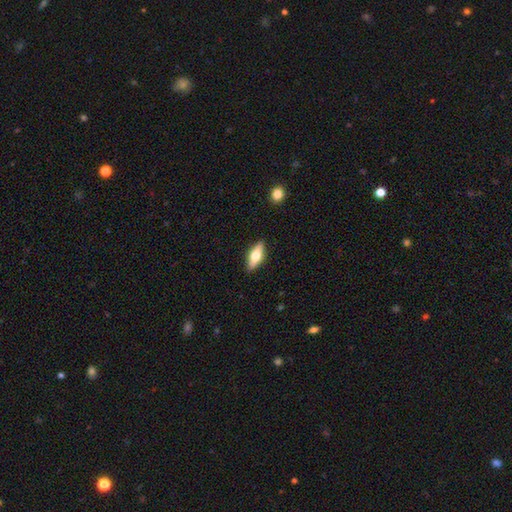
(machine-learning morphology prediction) Q: Smooth or featured?
A: smooth (53%); runner-up: featured or disk (41%)
Q: How rounded?
A: in between (65%); runner-up: cigar-shaped (32%)
Q: Merging?
A: none (88%); runner-up: minor disturbance (9%)